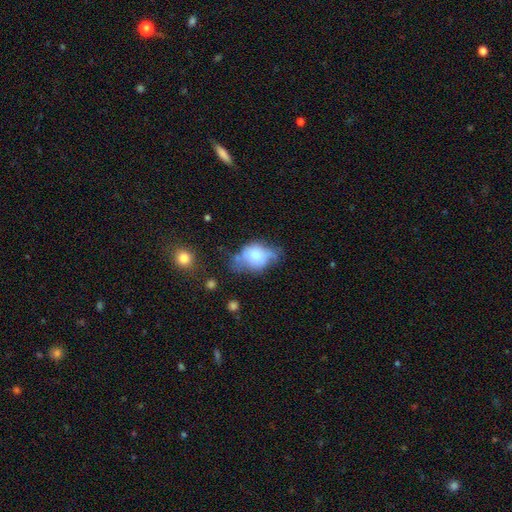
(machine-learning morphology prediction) Q: Smooth or featured?
A: smooth (61%); runner-up: featured or disk (30%)
Q: How rounded?
A: in between (70%); runner-up: round (29%)
Q: Merging?
A: minor disturbance (34%); runner-up: none (31%)